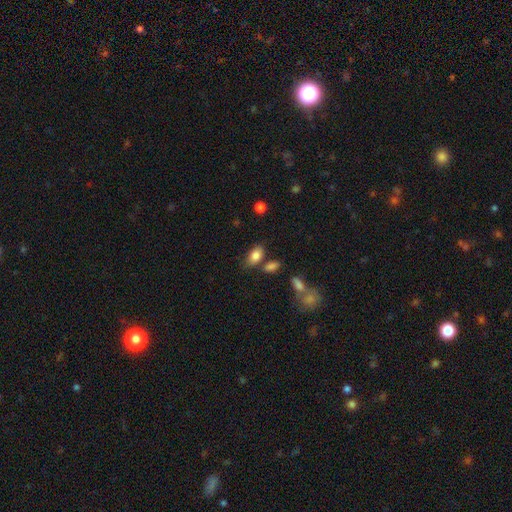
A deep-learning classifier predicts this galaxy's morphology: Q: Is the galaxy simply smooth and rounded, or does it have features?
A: smooth — 84%.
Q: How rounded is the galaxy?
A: in between — 91%.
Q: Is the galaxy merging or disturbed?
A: none — 68%.